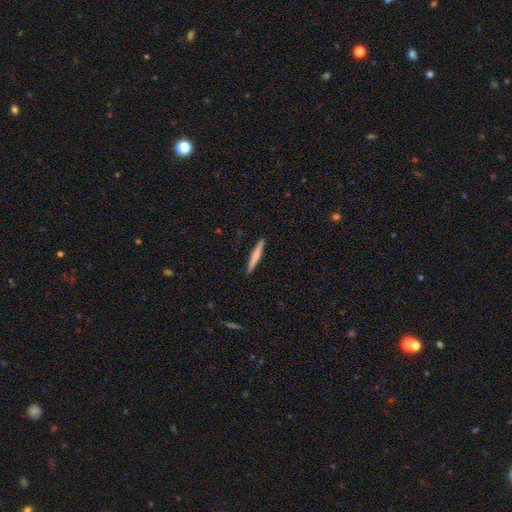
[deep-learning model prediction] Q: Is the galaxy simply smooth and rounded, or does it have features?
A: smooth — 67%.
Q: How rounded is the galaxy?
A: cigar-shaped — 95%.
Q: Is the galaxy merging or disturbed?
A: none — 92%.